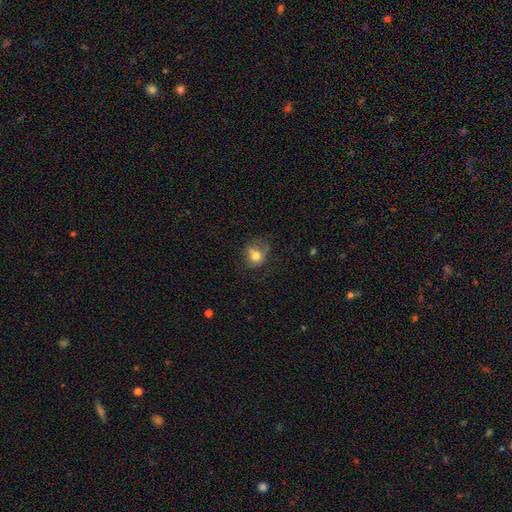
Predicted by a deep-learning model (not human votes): Q: Smooth or featured?
A: smooth (70%); runner-up: featured or disk (19%)
Q: How rounded?
A: round (65%); runner-up: in between (34%)
Q: Merging?
A: none (48%); runner-up: minor disturbance (26%)